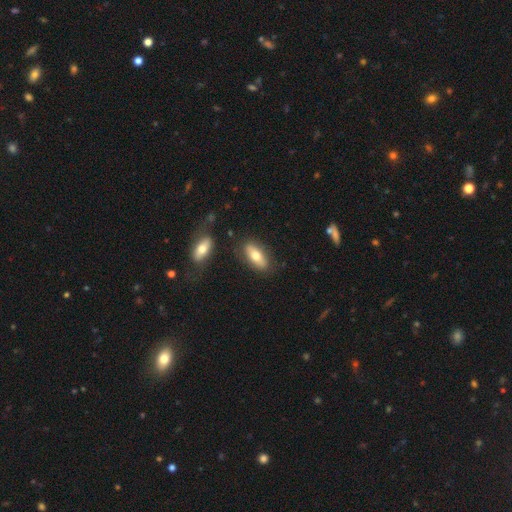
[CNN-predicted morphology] Smooth or featured? smooth (70%)
How rounded? in between (78%)
Merging? none (80%)